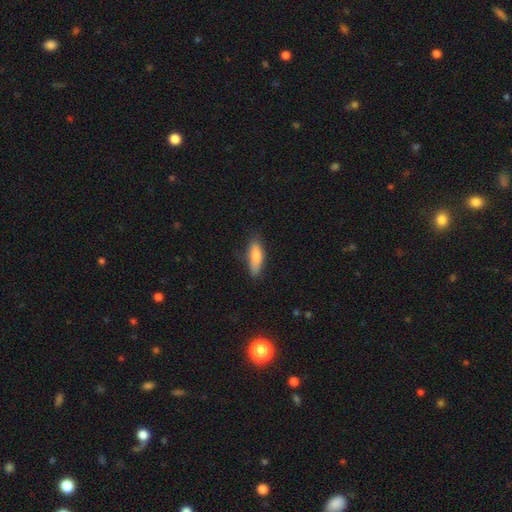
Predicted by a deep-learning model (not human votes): Smooth or featured? Predicted: smooth (p=0.80). How rounded? Predicted: in between (p=0.54). Merging? Predicted: none (p=0.73).